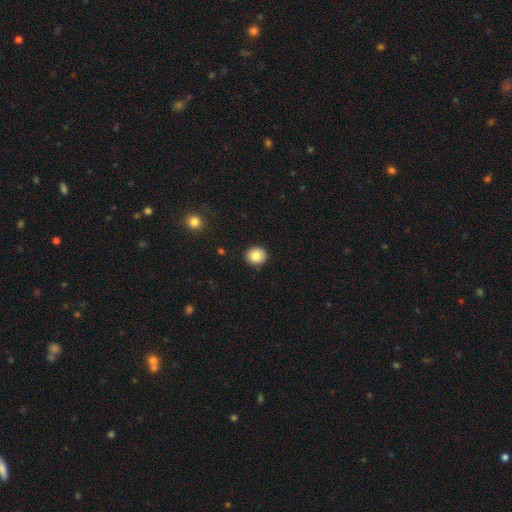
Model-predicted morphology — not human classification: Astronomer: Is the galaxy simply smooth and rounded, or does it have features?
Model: smooth — 83%.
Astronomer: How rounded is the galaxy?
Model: round — 84%.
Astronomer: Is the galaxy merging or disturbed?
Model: none — 92%.